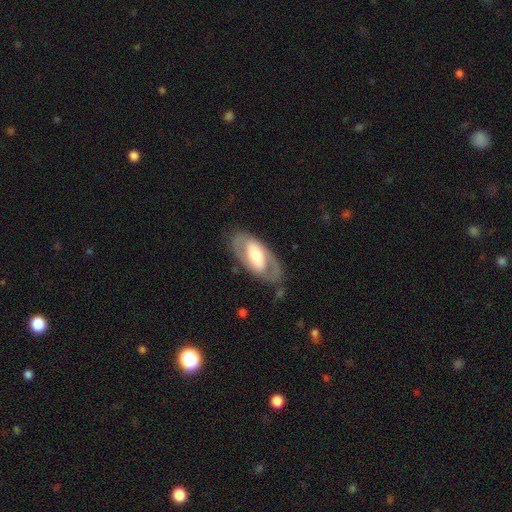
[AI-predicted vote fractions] Smooth or featured?
  - featured or disk: 67% *
  - smooth: 28%
  - star or artifact: 5%
Edge-on disk?
  - no: 91% *
  - yes: 9%
Bar?
  - strong: 37% *
  - weak: 32%
  - no: 31%
Spiral arms?
  - yes: 54% *
  - no: 46%
Bulge size?
  - moderate: 55% *
  - large: 25%
  - small: 16%
  - dominant: 2%
  - none: 2%
Merging?
  - none: 76% *
  - minor disturbance: 15%
  - major disturbance: 8%
  - merger: 2%